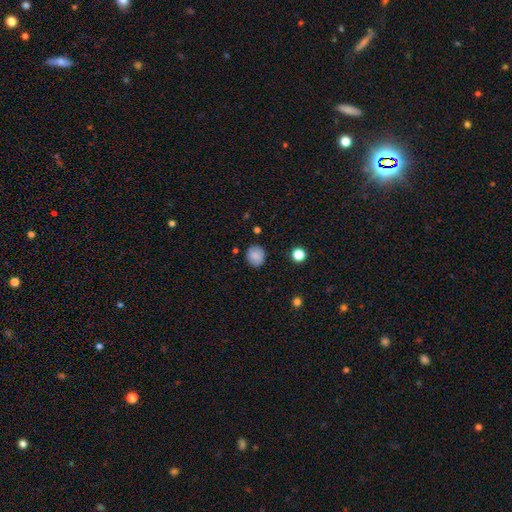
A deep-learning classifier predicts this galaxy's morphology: This appears to be a smooth galaxy with no disk features (85%) that is round (80%). Merging: none (85%).